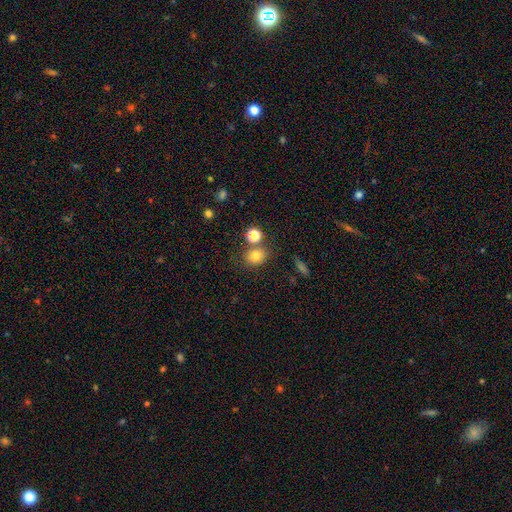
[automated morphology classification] A smooth galaxy with no disk features (79%) that is round (61%). Merging: none (71%).